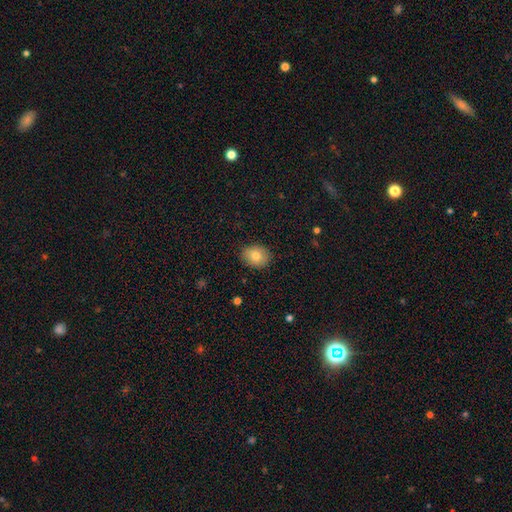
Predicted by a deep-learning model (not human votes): A smooth galaxy with no disk features (80%) that is round (54%). Merging: none (88%).